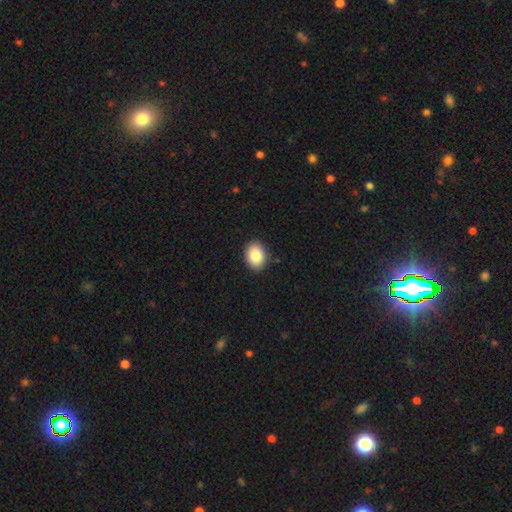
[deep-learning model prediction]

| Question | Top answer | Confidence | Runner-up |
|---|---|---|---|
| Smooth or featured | smooth | 84% | star or artifact (8%) |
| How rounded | in between | 65% | round (34%) |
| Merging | none | 89% | minor disturbance (8%) |